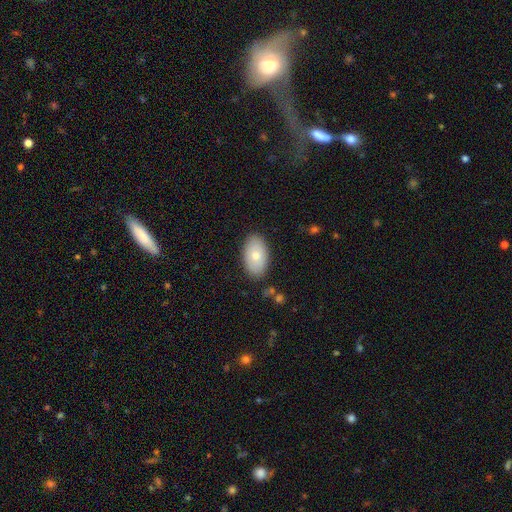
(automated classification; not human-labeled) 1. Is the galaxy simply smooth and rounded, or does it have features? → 74% smooth, 20% featured or disk, 7% star or artifact.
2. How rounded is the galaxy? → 93% in between, 5% round, 1% cigar-shaped.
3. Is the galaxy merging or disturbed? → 86% none, 11% minor disturbance, 2% major disturbance, 1% merger.